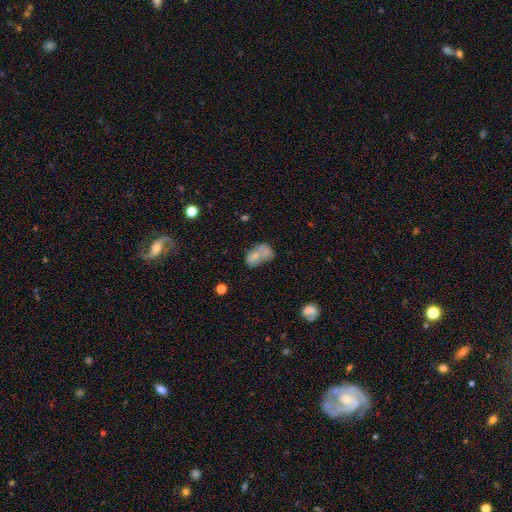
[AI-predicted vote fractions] Smooth or featured: smooth — 58% (featured or disk — 31%)
How rounded: in between — 79% (round — 19%)
Merging: merger — 52% (none — 22%)